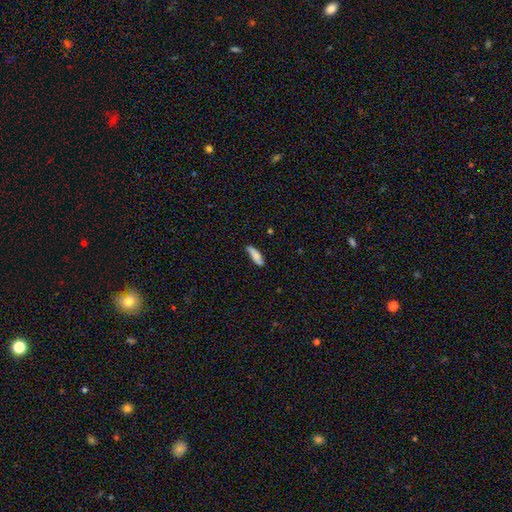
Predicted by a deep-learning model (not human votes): Smooth or featured? smooth (79%)
How rounded? cigar-shaped (53%)
Merging? none (71%)